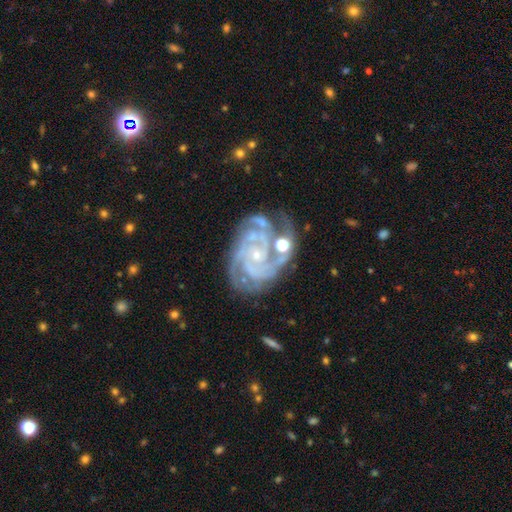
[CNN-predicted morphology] Smooth or featured? Predicted: featured or disk (p=0.88). Edge-on disk? Predicted: no (p=0.98). Bar? Predicted: no (p=0.63). Spiral arms? Predicted: yes (p=0.98). Spiral winding? Predicted: tight (p=0.71). Spiral arm count? Predicted: 3 (p=0.30). Bulge size? Predicted: small (p=0.73). Merging? Predicted: none (p=0.64).